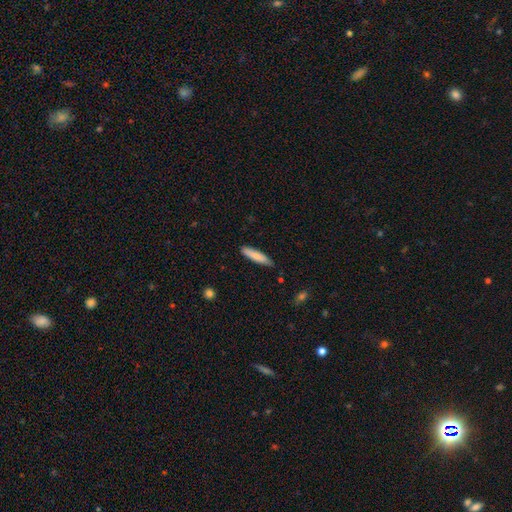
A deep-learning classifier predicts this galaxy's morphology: smooth 80%, featured or disk 14%, star or artifact 6%. Down the decision tree: how rounded — cigar-shaped (81%); merging — none (83%).